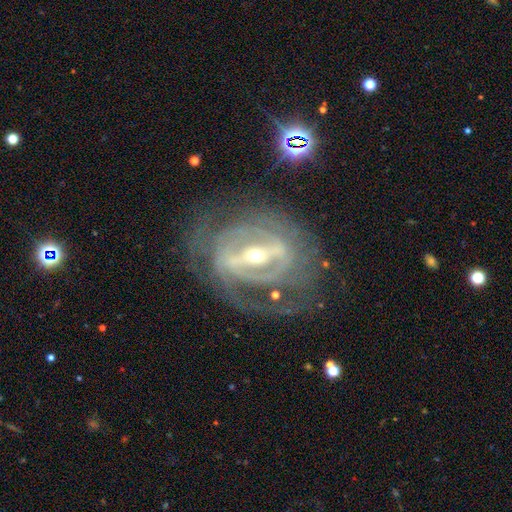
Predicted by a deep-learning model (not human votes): The model was most divided on "spiral arm count": 2: 40%, can't tell: 30%, 3: 14%, 4: 7%, 1: 5%, more than 4: 4%. More confident: edge-on disk — no (93%); smooth or featured — featured or disk (89%); spiral arms — yes (85%); bar — strong (74%); merging — none (65%); spiral winding — tight (57%); bulge size — small (54%).